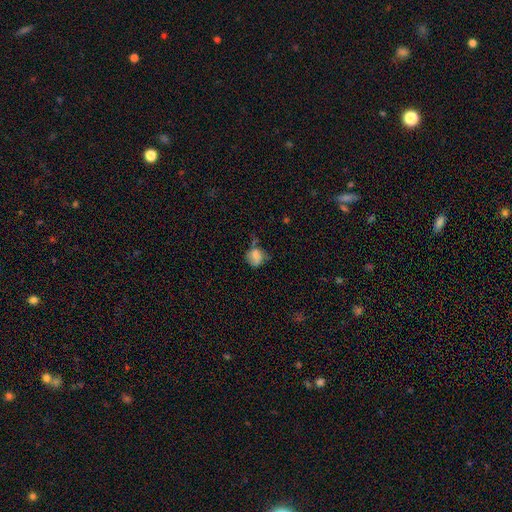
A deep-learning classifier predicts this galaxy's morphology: A smooth galaxy with no disk features (72%) that is round (62%). Merging: none (42%).